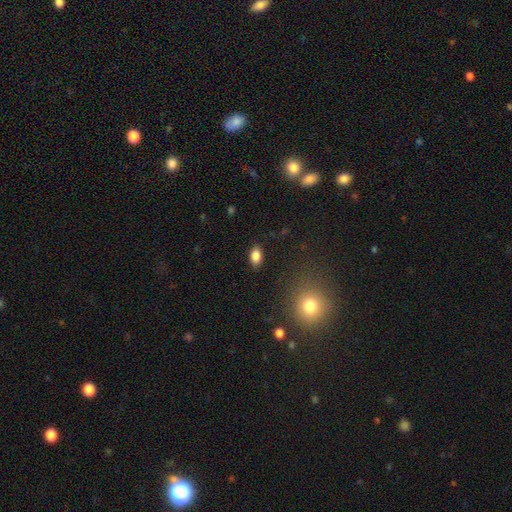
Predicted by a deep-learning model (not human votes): Overall: smooth (85%). How rounded: in between (90%). Merging: none (87%).